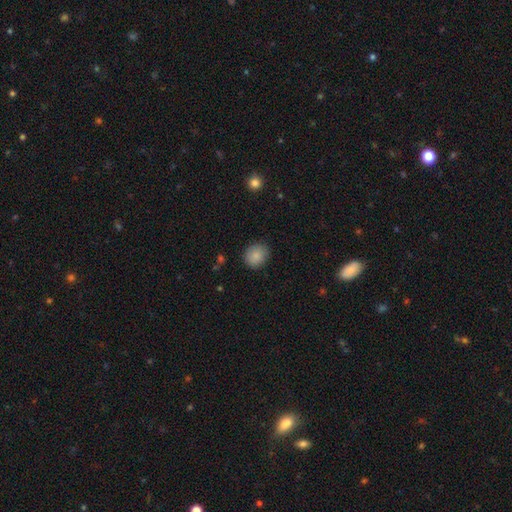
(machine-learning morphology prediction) Smooth or featured?
  - smooth: 87% *
  - star or artifact: 8%
  - featured or disk: 5%
How rounded?
  - round: 71% *
  - in between: 28%
  - cigar-shaped: 1%
Merging?
  - none: 84% *
  - minor disturbance: 12%
  - major disturbance: 3%
  - merger: 1%